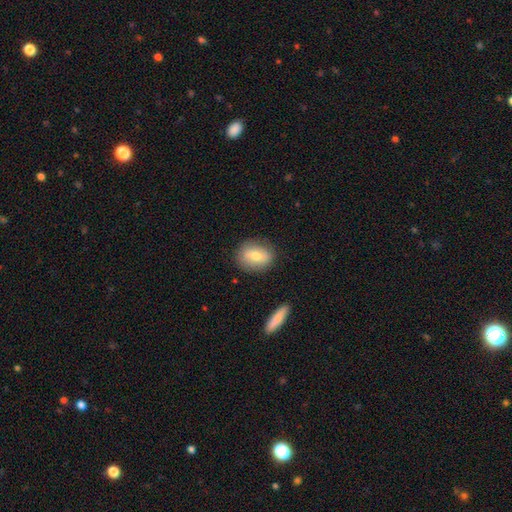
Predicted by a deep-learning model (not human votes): Smooth or featured? Predicted: smooth (p=0.71). How rounded? Predicted: in between (p=0.59). Merging? Predicted: none (p=0.82).